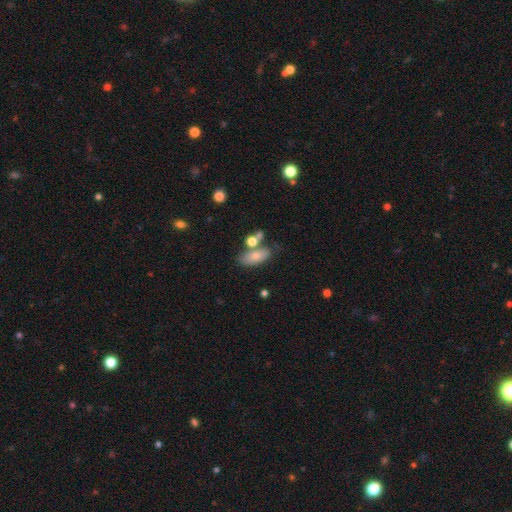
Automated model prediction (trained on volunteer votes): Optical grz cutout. It shows a smooth galaxy with no disk features (72%) that is in between round and cigar-shaped (83%). Merging: none (57%).